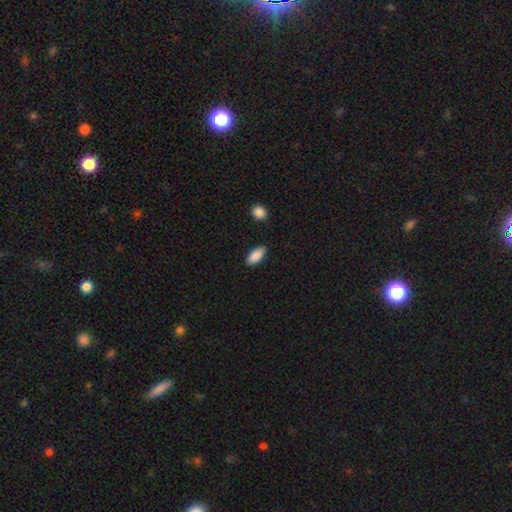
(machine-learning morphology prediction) smooth_or_featured: smooth (p=0.88) [alt: star or artifact p=0.06]
how_rounded: in between (p=0.86) [alt: cigar-shaped p=0.12]
merging: none (p=0.86) [alt: minor disturbance p=0.10]